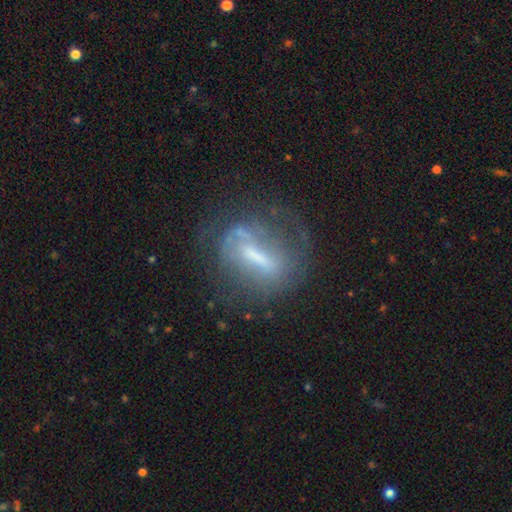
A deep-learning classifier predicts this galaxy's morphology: Q: Smooth or featured?
A: featured or disk (64%); runner-up: smooth (24%)
Q: Edge-on disk?
A: no (83%); runner-up: yes (17%)
Q: Bar?
A: strong (61%); runner-up: weak (25%)
Q: Spiral arms?
A: no (51%); runner-up: yes (49%)
Q: Bulge size?
A: moderate (32%); runner-up: small (29%)
Q: Merging?
A: none (52%); runner-up: major disturbance (23%)